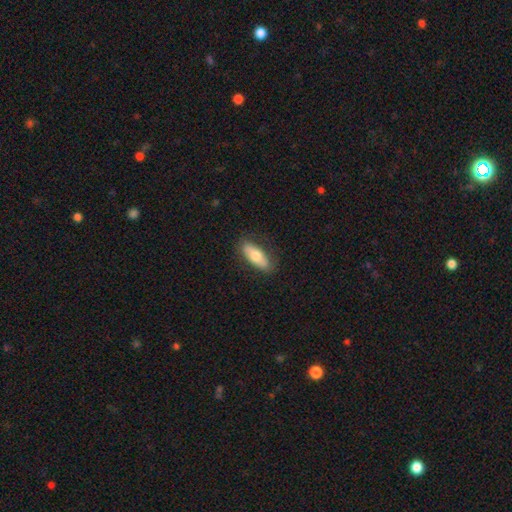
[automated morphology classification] Smooth or featured? smooth (68%)
How rounded? in between (68%)
Merging? none (83%)